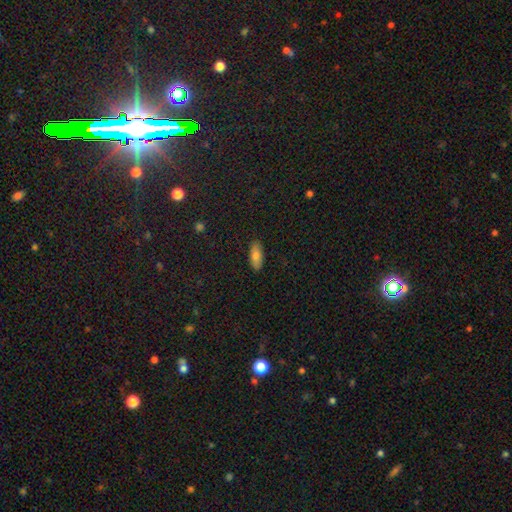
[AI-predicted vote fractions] Overall: smooth (79%). How rounded: in between (83%). Merging: none (88%).